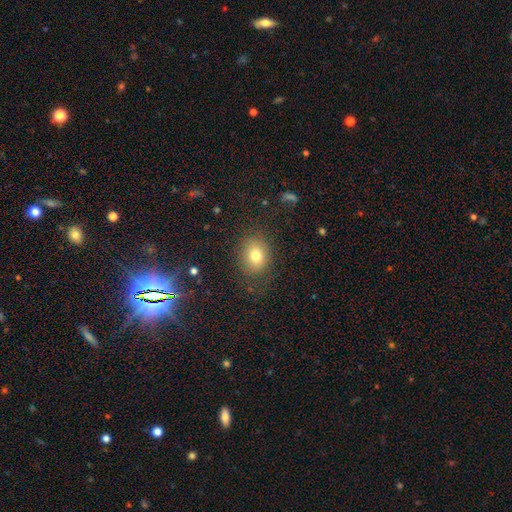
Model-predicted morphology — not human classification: Q: Smooth or featured?
A: smooth (77%); runner-up: star or artifact (12%)
Q: How rounded?
A: round (54%); runner-up: in between (45%)
Q: Merging?
A: none (79%); runner-up: minor disturbance (13%)